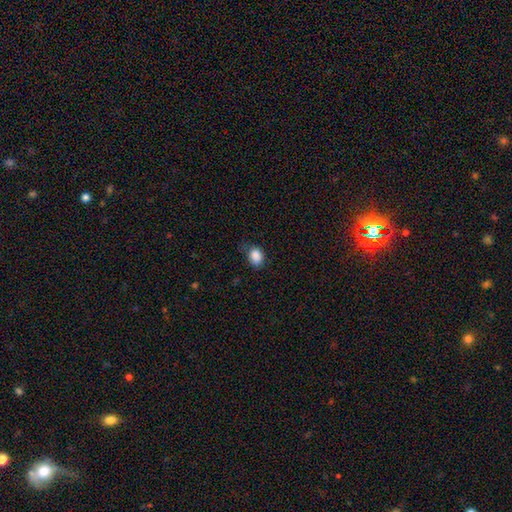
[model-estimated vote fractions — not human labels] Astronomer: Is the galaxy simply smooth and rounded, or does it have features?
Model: smooth — 87%.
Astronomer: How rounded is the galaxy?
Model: in between — 64%.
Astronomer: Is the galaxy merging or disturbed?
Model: none — 63%.